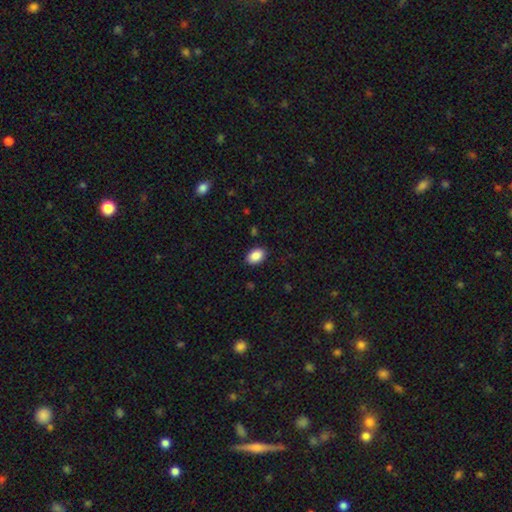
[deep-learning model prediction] A smooth galaxy with no disk features (89%) that is in between round and cigar-shaped (86%). Merging: none (88%).